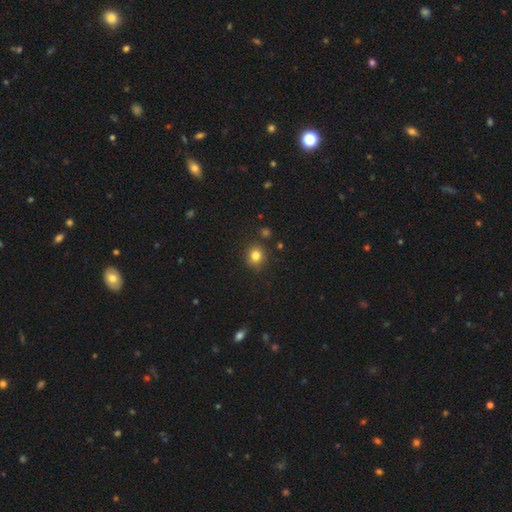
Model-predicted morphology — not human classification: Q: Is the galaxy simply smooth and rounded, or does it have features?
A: smooth — 82%.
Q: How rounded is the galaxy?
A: round — 83%.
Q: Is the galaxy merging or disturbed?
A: none — 87%.